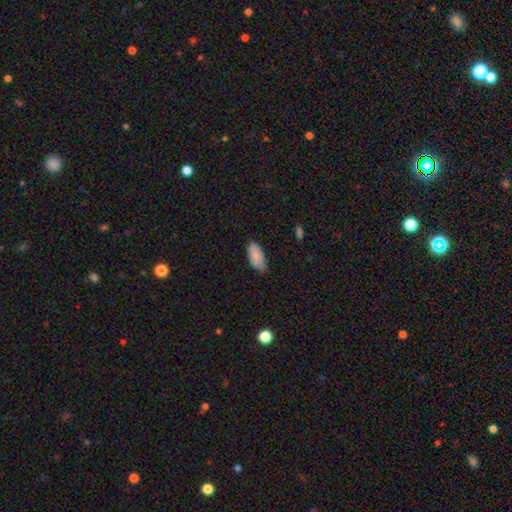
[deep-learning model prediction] Overall: smooth (84%). How rounded: in between (91%). Merging: none (73%).